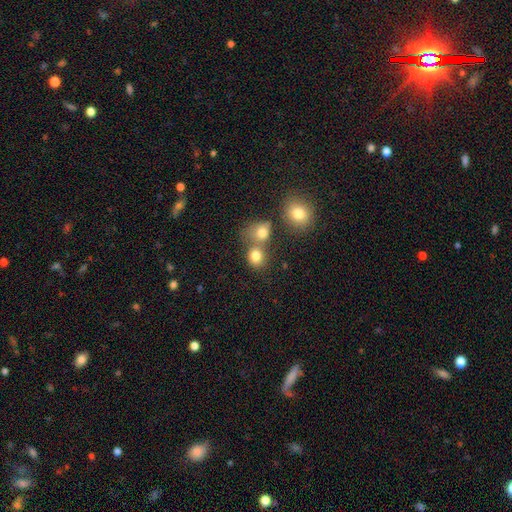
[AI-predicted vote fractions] Smooth or featured? Predicted: smooth (p=0.79). How rounded? Predicted: round (p=0.73). Merging? Predicted: none (p=0.51).